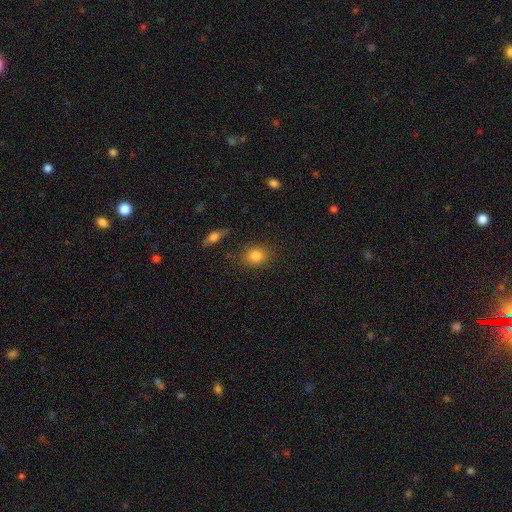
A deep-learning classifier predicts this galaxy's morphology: Smooth or featured?
  - smooth: 83% *
  - star or artifact: 10%
  - featured or disk: 7%
How rounded?
  - round: 56% *
  - in between: 42%
  - cigar-shaped: 2%
Merging?
  - none: 81% *
  - minor disturbance: 12%
  - major disturbance: 4%
  - merger: 4%